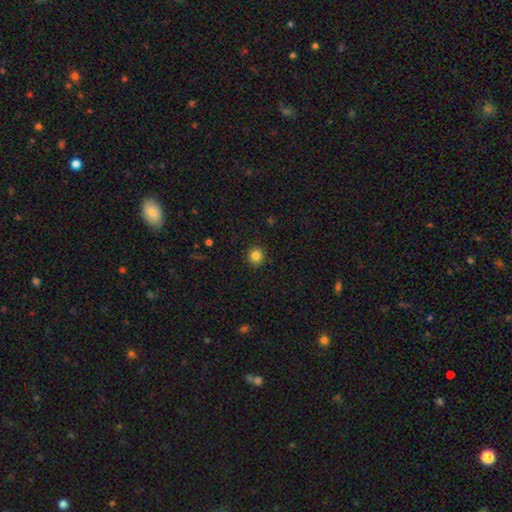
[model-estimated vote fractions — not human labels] Morphology: type=smooth (83%); roundness=round (94%); merging=none (92%).